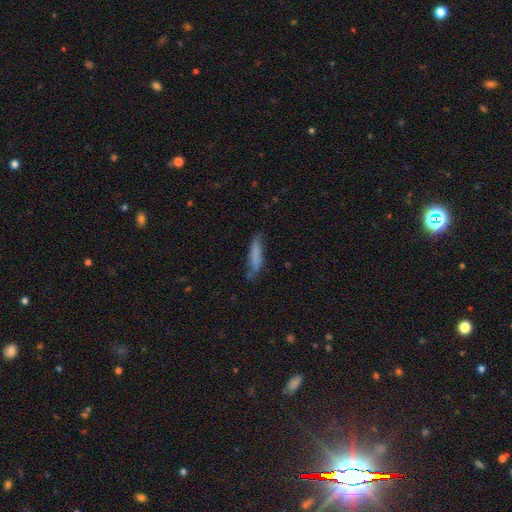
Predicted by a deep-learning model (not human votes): smooth 72%, featured or disk 21%, star or artifact 7%. Down the decision tree: how rounded — cigar-shaped (75%); merging — none (62%).